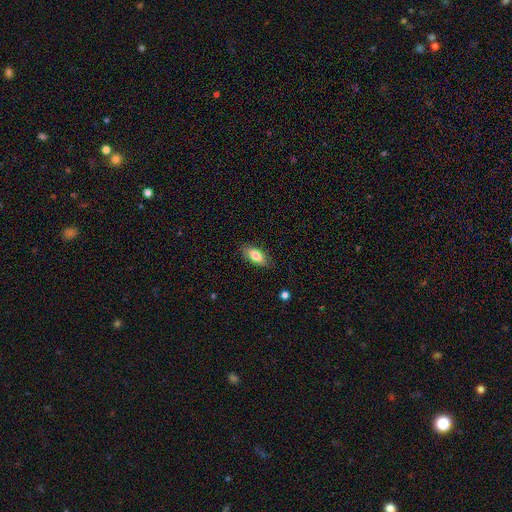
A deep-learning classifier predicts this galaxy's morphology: This appears to be a smooth galaxy with no disk features (79%) that is in between round and cigar-shaped (86%). Merging: none (84%).